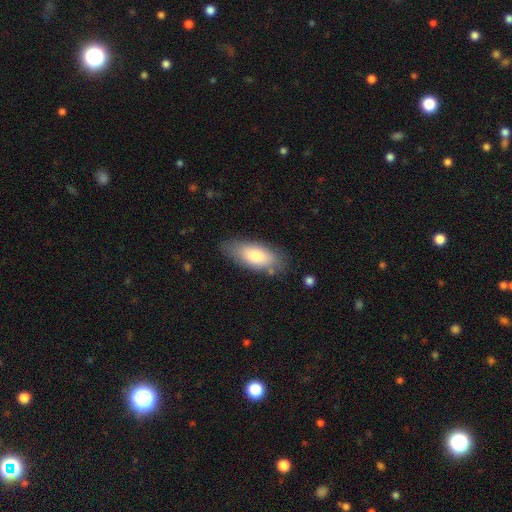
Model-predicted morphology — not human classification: This is likely a smooth galaxy (75%). How rounded: clearly in between (85%). Merging: likely none (79%).